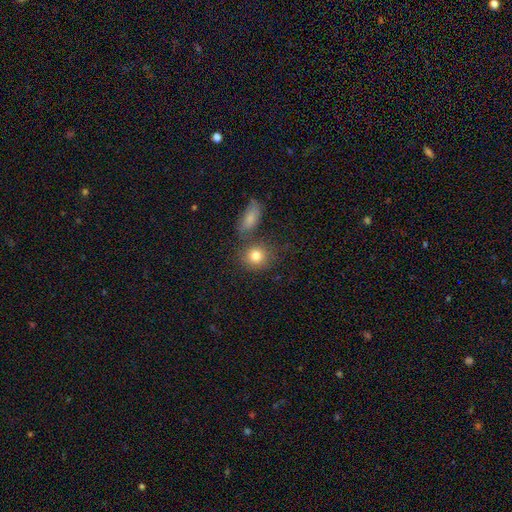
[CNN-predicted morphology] This appears to be a smooth galaxy with no disk features (81%) that is round (77%). Merging: none (66%).